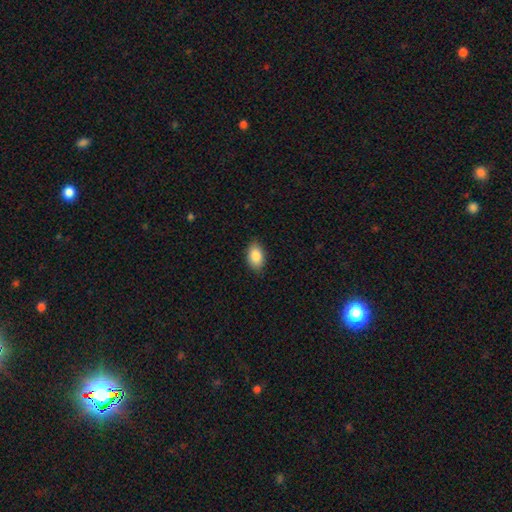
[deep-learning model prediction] Smooth or featured?
  - smooth: 86% *
  - star or artifact: 7%
  - featured or disk: 7%
How rounded?
  - in between: 91% *
  - round: 8%
  - cigar-shaped: 2%
Merging?
  - none: 86% *
  - minor disturbance: 11%
  - major disturbance: 2%
  - merger: 1%